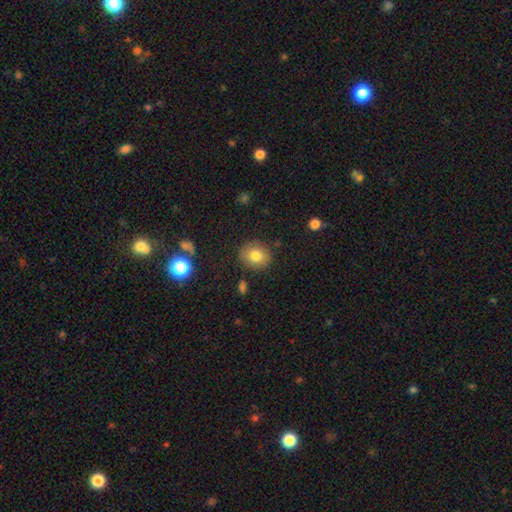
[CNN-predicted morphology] This is likely a smooth galaxy (79%). How rounded: likely round (72%). Merging: clearly none (86%).